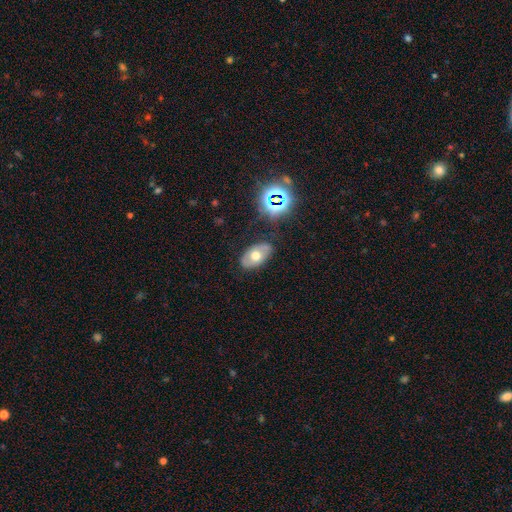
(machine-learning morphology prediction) smooth-or-featured: smooth: 49% | featured or disk: 39% | star or artifact: 12%
  merging: none: 78% | minor disturbance: 16% | major disturbance: 4% | merger: 2%